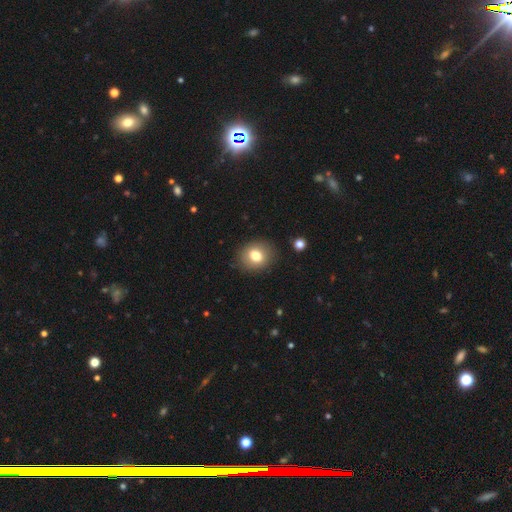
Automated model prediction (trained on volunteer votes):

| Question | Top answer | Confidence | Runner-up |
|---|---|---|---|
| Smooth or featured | smooth | 78% | featured or disk (12%) |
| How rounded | round | 66% | in between (33%) |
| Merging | none | 87% | minor disturbance (9%) |